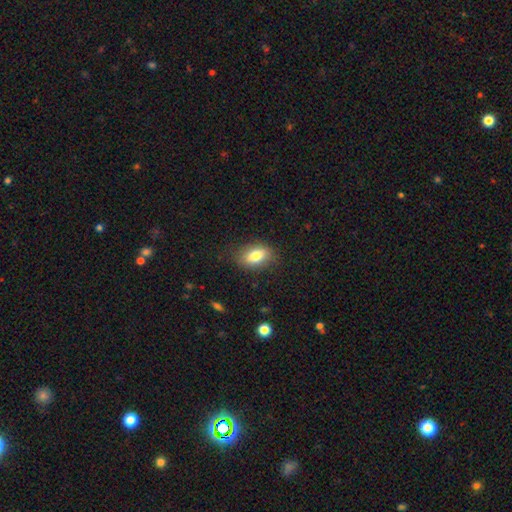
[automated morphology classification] A smooth galaxy with no disk features (80%) that is in between round and cigar-shaped (86%).

Vote fractions:
- Smooth or featured? smooth: 80% / featured or disk: 12% / star or artifact: 8%
- How rounded? in between: 86% / round: 11% / cigar-shaped: 3%
- Merging? none: 82% / minor disturbance: 14% / major disturbance: 4% / merger: 1%